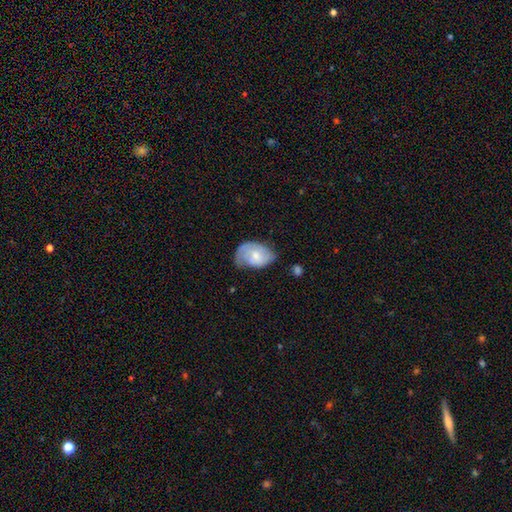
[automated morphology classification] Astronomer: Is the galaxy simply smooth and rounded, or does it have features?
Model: featured or disk — 48% (runner-up: smooth, 46%).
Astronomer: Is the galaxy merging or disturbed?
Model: none — 46% (runner-up: minor disturbance, 37%).